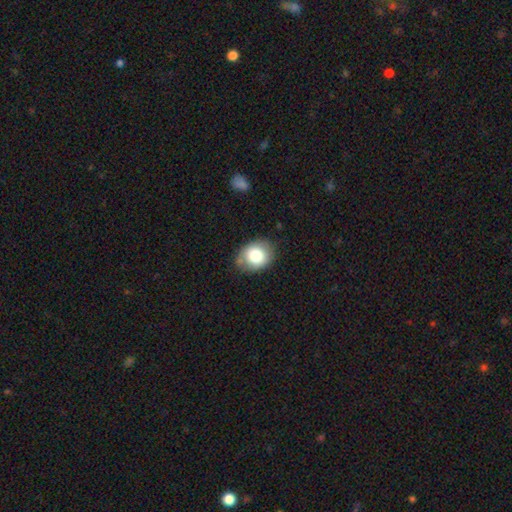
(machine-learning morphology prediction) A smooth galaxy with no disk features (79%) that is in between round and cigar-shaped (50%).

Vote fractions:
- Smooth or featured? smooth: 79% / featured or disk: 13% / star or artifact: 9%
- How rounded? in between: 50% / round: 49% / cigar-shaped: 1%
- Merging? none: 76% / minor disturbance: 18% / major disturbance: 4% / merger: 2%